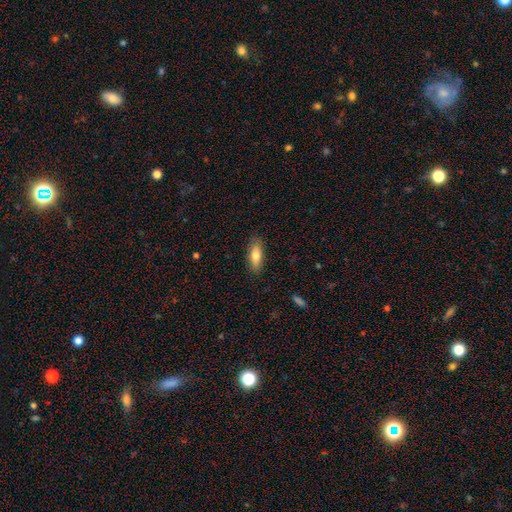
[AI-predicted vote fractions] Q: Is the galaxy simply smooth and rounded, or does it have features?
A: smooth — 75%.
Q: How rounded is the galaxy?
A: in between — 68%.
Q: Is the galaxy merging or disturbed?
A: none — 86%.